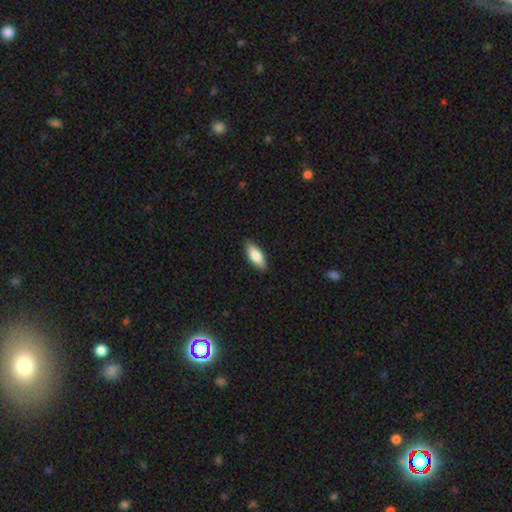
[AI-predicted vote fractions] Morphology: type=smooth (81%); roundness=in between (78%); merging=none (88%).